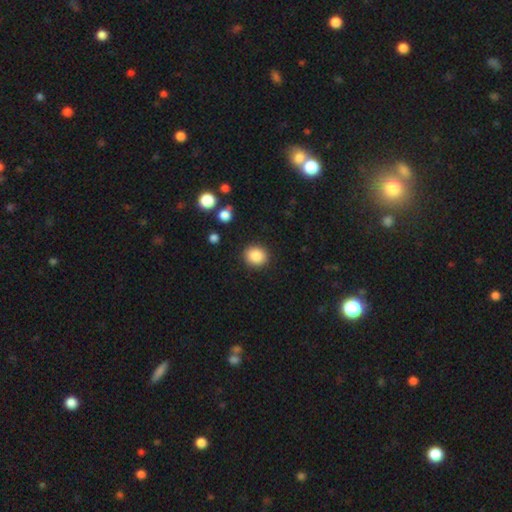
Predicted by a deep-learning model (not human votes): The model was most divided on "how rounded": round: 79%, in between: 20%, cigar-shaped: 1%. More confident: merging — none (90%); smooth or featured — smooth (87%).